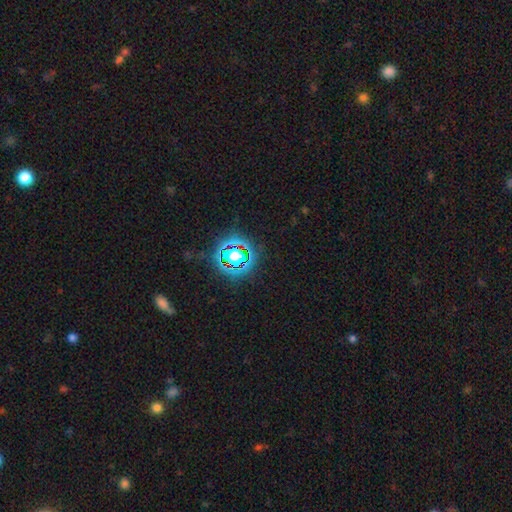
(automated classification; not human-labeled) Morphology: type=star or artifact (75%).